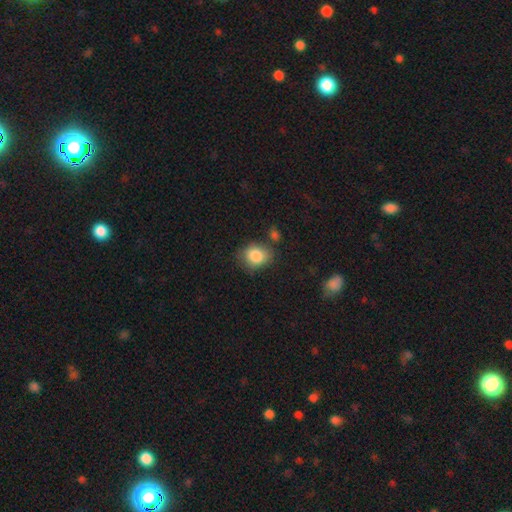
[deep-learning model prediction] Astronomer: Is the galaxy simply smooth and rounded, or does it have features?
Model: smooth — 85%.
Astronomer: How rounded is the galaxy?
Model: round — 54% (runner-up: in between, 45%).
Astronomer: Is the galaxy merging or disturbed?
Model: none — 70%.